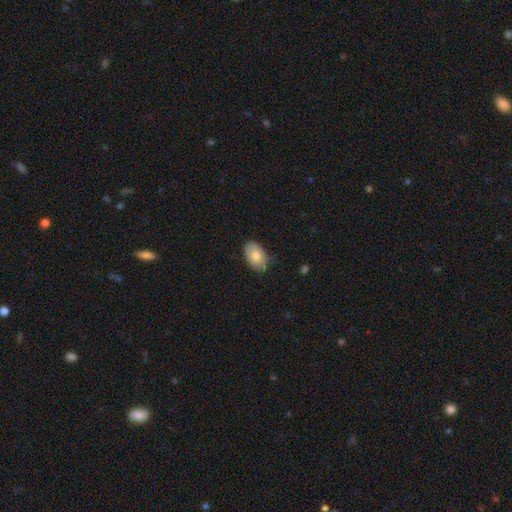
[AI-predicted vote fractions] Morphology: type=smooth (78%); roundness=in between (92%); merging=none (81%).